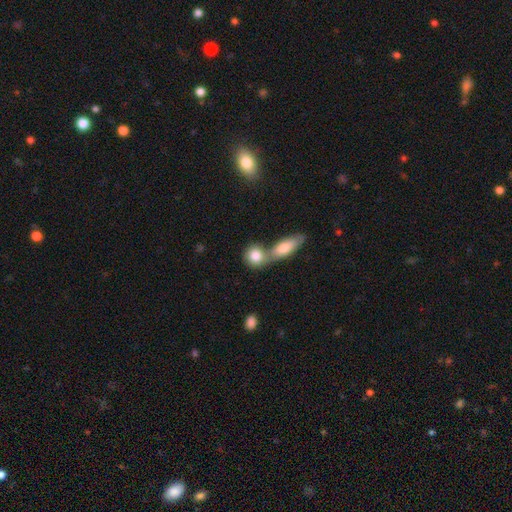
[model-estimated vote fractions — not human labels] A smooth galaxy with no disk features (82%) that is round (65%). Merging: merger (54%).